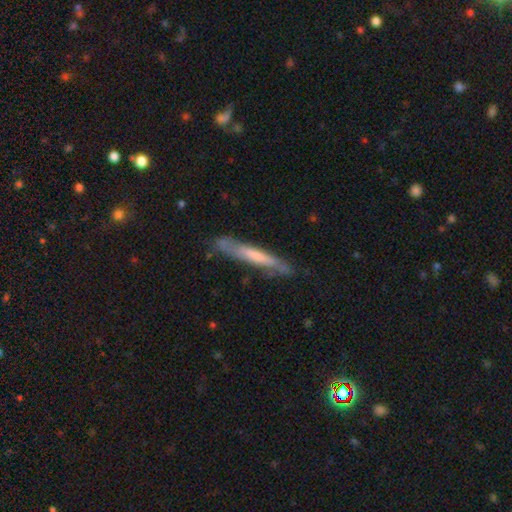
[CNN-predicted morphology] Smooth or featured? smooth (48%)
Merging? none (74%)